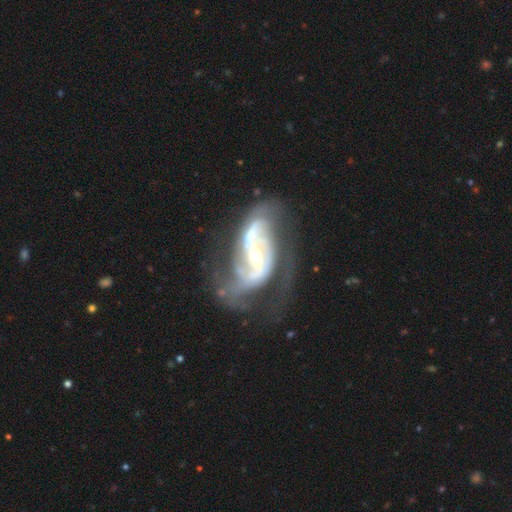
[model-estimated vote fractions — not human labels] This is clearly a featured or disk galaxy (88%). It is clearly not viewed edge-on (96%). Bar: marginally weak (41%). Spiral arm pattern: clearly yes (93%). Spiral arm count: likely 2 (61%). Spiral winding: possibly medium (46%). Central bulge: possibly moderate (49%). Merging: marginally none (41%).